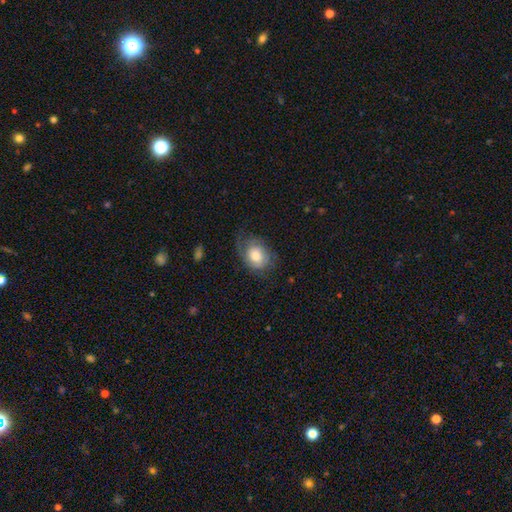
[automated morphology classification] type=smooth (52%); roundness=in between (66%); merging=none (53%).